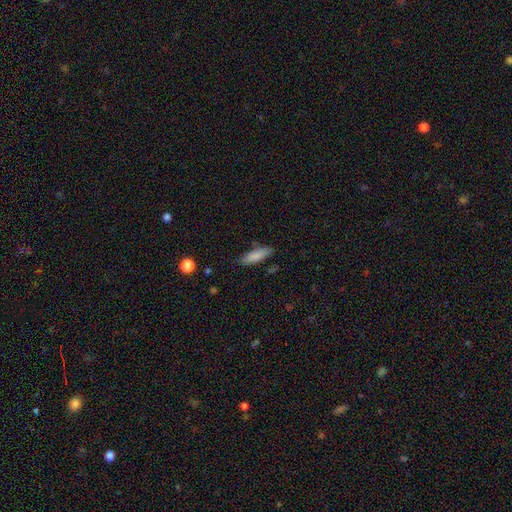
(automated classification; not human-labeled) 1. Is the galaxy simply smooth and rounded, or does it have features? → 84% smooth, 10% featured or disk, 6% star or artifact.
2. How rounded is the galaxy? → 57% cigar-shaped, 41% in between, 2% round.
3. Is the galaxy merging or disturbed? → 82% none, 13% minor disturbance, 3% major disturbance, 2% merger.